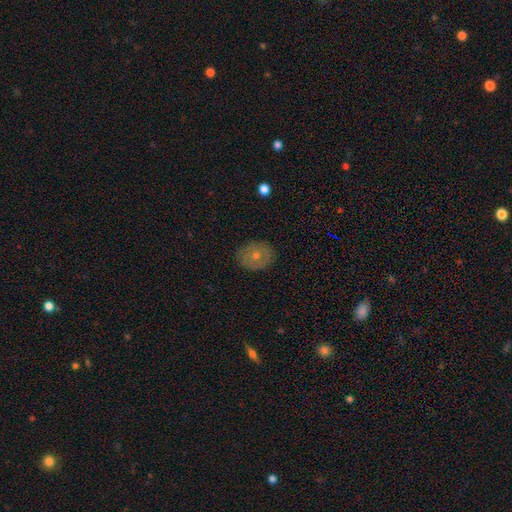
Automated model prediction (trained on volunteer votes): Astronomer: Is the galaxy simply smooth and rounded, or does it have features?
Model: smooth — 57% (runner-up: featured or disk, 34%).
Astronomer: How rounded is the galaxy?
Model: round — 51% (runner-up: in between, 48%).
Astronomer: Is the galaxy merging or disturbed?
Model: none — 83%.